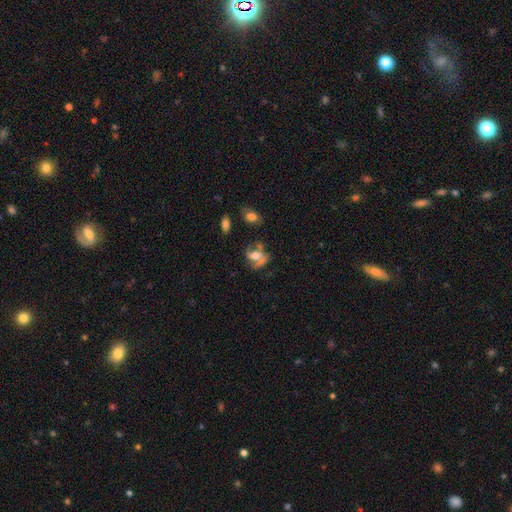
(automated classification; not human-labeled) This is likely a featured or disk galaxy (64%). It is clearly not viewed edge-on (95%). Bar: possibly no (53%). Spiral arm pattern: likely yes (75%). Central bulge: possibly moderate (53%). Merging: marginally none (43%).